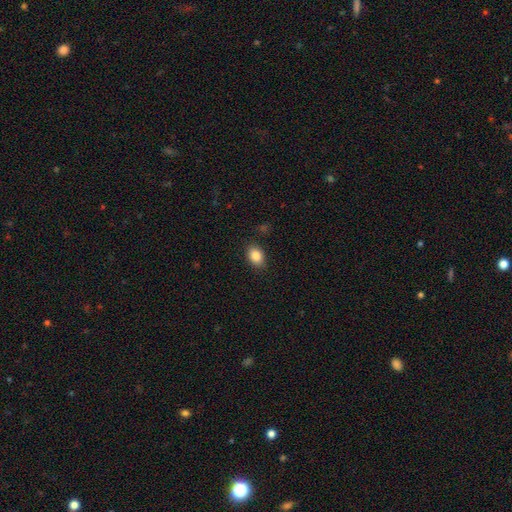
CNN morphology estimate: This is clearly a smooth galaxy (86%). How rounded: likely in between (76%). Merging: clearly none (86%).